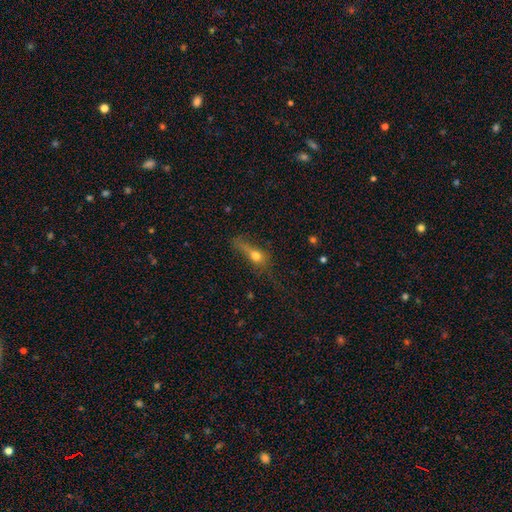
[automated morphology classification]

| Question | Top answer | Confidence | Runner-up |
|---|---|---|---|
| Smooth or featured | smooth | 59% | featured or disk (26%) |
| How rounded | in between | 43% | round (30%) |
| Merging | major disturbance | 41% | none (31%) |